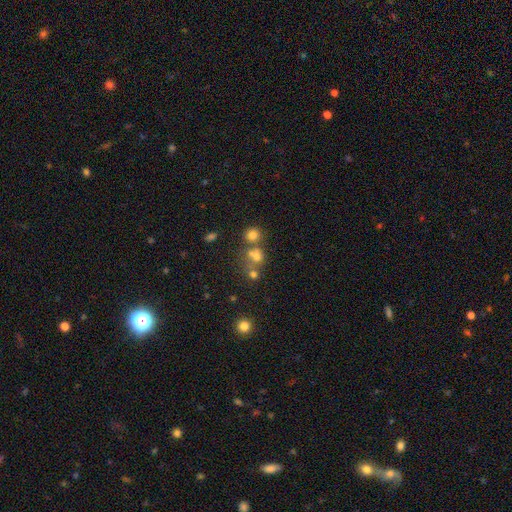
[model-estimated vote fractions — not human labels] Q: Smooth or featured?
A: smooth (59%); runner-up: star or artifact (25%)
Q: How rounded?
A: round (81%); runner-up: in between (18%)
Q: Merging?
A: none (46%); runner-up: merger (42%)